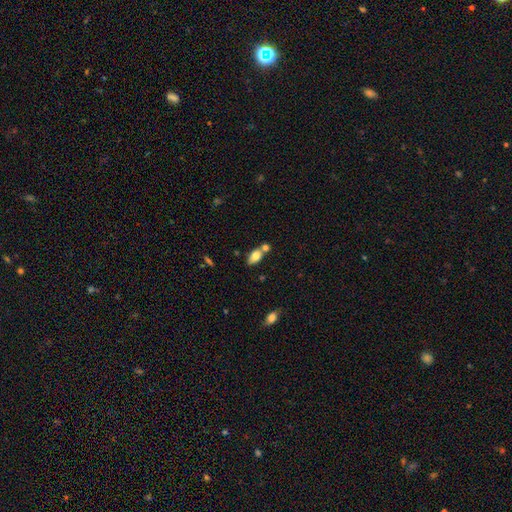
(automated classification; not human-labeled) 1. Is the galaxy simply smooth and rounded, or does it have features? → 74% smooth, 18% featured or disk, 8% star or artifact.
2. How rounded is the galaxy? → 87% in between, 6% cigar-shaped, 6% round.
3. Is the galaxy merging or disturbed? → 52% none, 32% merger, 12% minor disturbance, 4% major disturbance.